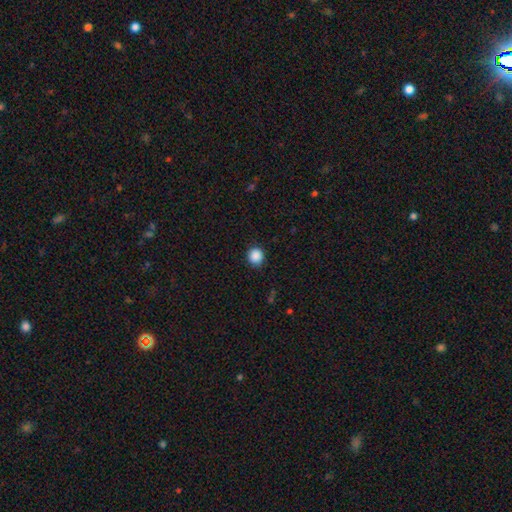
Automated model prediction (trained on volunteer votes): smooth_or_featured: smooth (p=0.88) [alt: star or artifact p=0.10]
how_rounded: round (p=0.88) [alt: in between p=0.11]
merging: none (p=0.89) [alt: minor disturbance p=0.08]